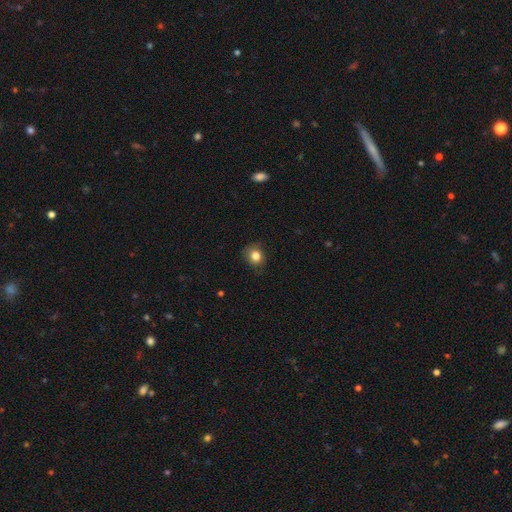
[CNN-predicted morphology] Overall: smooth (82%). How rounded: round (74%). Merging: none (78%).